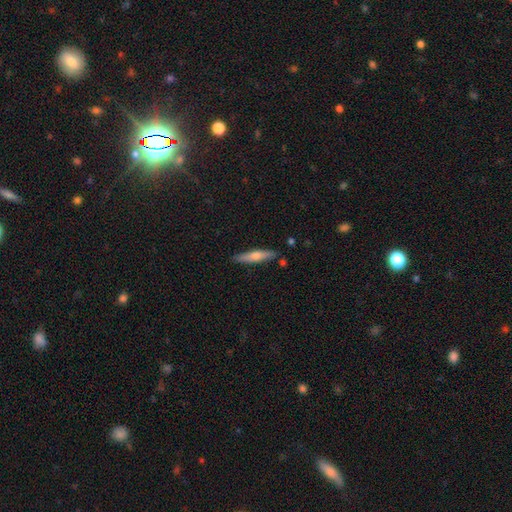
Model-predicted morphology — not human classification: smooth_or_featured: featured or disk (p=0.48) [alt: smooth p=0.45]
merging: none (p=0.87) [alt: minor disturbance p=0.09]